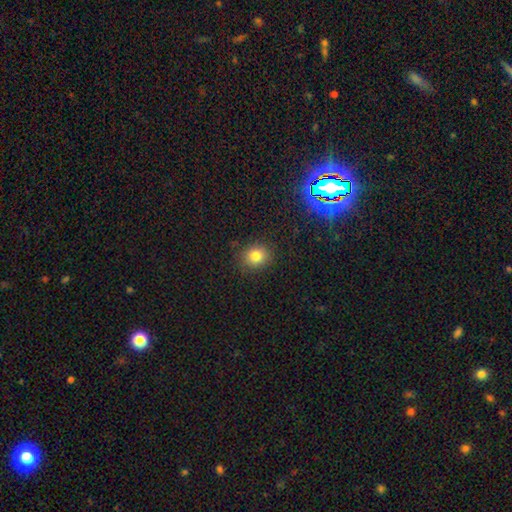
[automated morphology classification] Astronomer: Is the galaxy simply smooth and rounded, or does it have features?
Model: smooth — 81%.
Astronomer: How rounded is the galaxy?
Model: round — 75%.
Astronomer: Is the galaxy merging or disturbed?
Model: none — 87%.